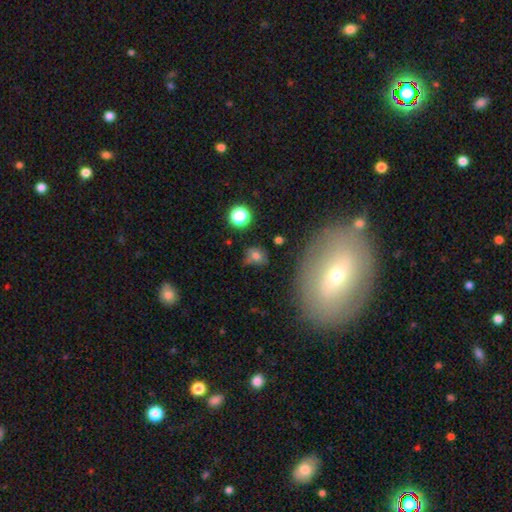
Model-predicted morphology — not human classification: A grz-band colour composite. It shows a smooth galaxy with no disk features (68%) that is round (58%). Merging: none (52%).